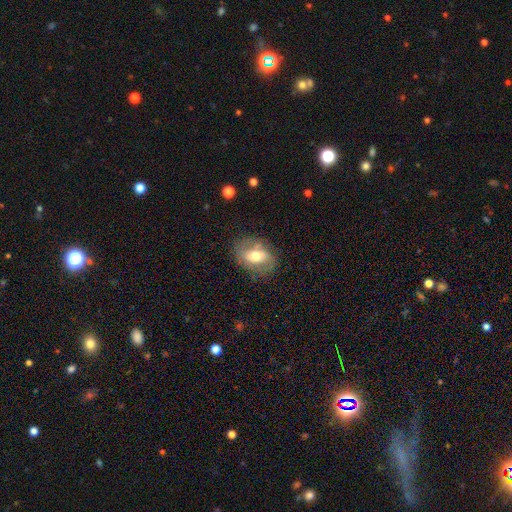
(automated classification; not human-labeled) Smooth or featured? Predicted: smooth (p=0.47). Merging? Predicted: none (p=0.72).